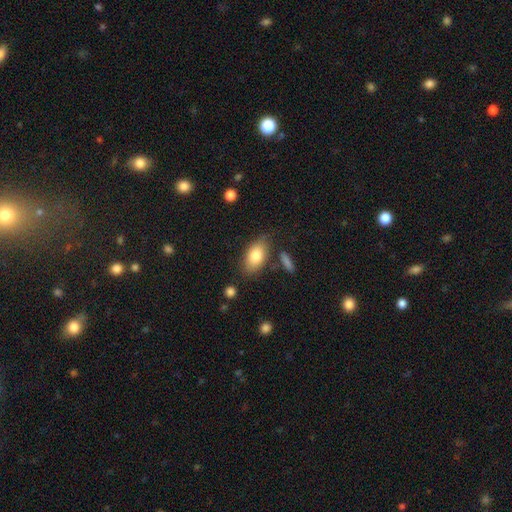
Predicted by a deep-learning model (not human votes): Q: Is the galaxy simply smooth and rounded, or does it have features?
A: smooth — 79%.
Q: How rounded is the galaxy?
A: in between — 90%.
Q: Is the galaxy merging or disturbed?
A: none — 73%.